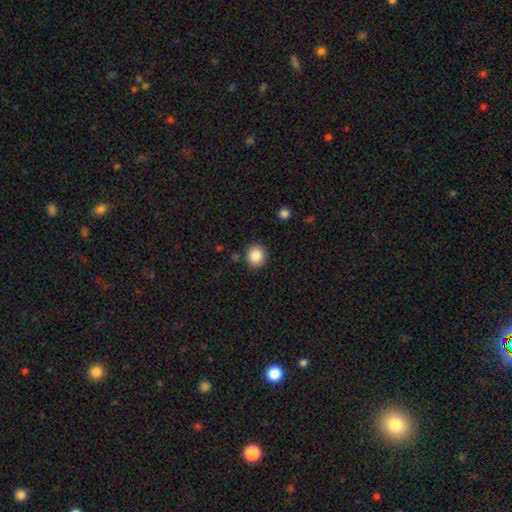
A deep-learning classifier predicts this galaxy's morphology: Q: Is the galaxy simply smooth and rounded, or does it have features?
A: smooth — 86%.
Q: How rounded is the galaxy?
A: round — 83%.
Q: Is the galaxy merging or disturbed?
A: none — 88%.